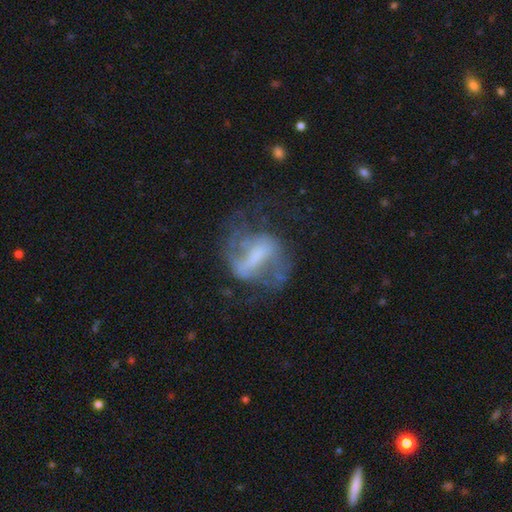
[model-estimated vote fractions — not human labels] Q: Smooth or featured?
A: featured or disk (80%); runner-up: smooth (12%)
Q: Edge-on disk?
A: no (97%); runner-up: yes (3%)
Q: Bar?
A: strong (47%); runner-up: weak (39%)
Q: Spiral arms?
A: yes (86%); runner-up: no (14%)
Q: Spiral winding?
A: medium (49%); runner-up: loose (34%)
Q: Spiral arm count?
A: 2 (80%); runner-up: can't tell (10%)
Q: Bulge size?
A: none (31%); runner-up: small (30%)
Q: Merging?
A: none (53%); runner-up: major disturbance (26%)